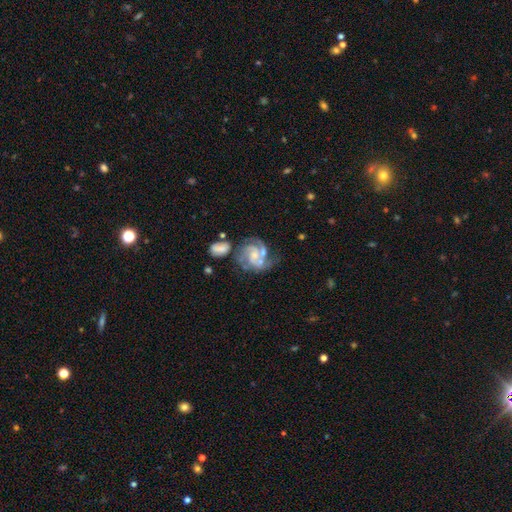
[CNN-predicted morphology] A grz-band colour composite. It shows a featured or disk galaxy (84%) with no bar (62%), 2 (35%) tight (44%, tied with medium) spiral arms (94%) and a small central bulge (46%). Merging: none (42%).